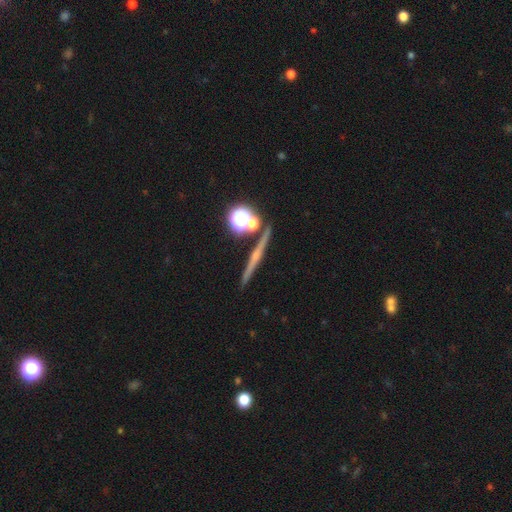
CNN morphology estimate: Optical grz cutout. It shows a featured or disk galaxy (66%) viewed edge-on (96%) with a rounded central bulge (77%). Merging: none (86%).